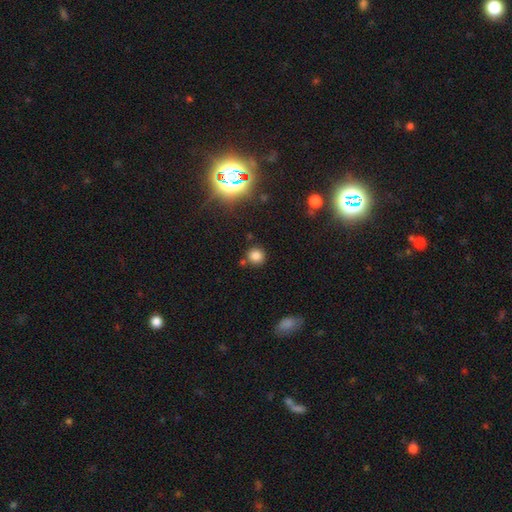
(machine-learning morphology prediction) The model was most divided on "smooth or featured": smooth: 78%, star or artifact: 16%, featured or disk: 6%. More confident: how rounded — round (89%); merging — none (80%).